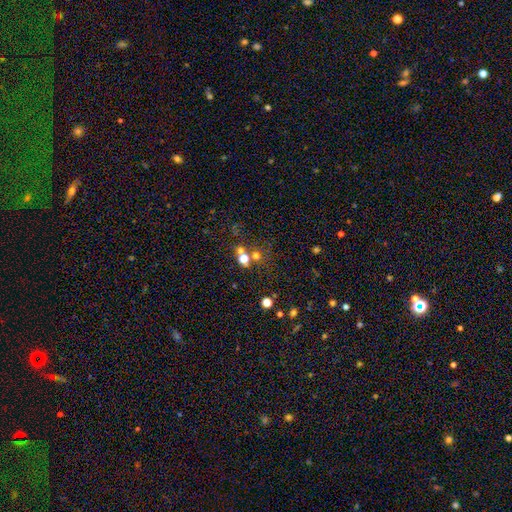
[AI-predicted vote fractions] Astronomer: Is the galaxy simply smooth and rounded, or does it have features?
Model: smooth — 49% (runner-up: star or artifact, 40%).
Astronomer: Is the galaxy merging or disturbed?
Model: none — 63%.